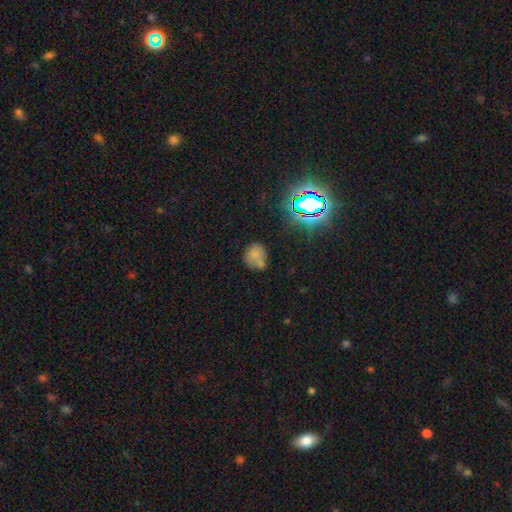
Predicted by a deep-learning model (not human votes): Smooth or featured? Predicted: smooth (p=0.66). How rounded? Predicted: round (p=0.67). Merging? Predicted: none (p=0.48).